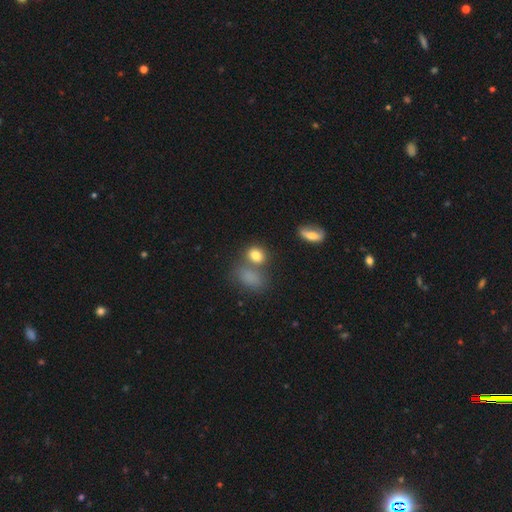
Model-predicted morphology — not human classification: smooth-or-featured: smooth: 81% | star or artifact: 11% | featured or disk: 8%
  how-rounded: in between: 53% | round: 45% | cigar-shaped: 2%
  merging: none: 51% | merger: 29% | minor disturbance: 14% | major disturbance: 6%